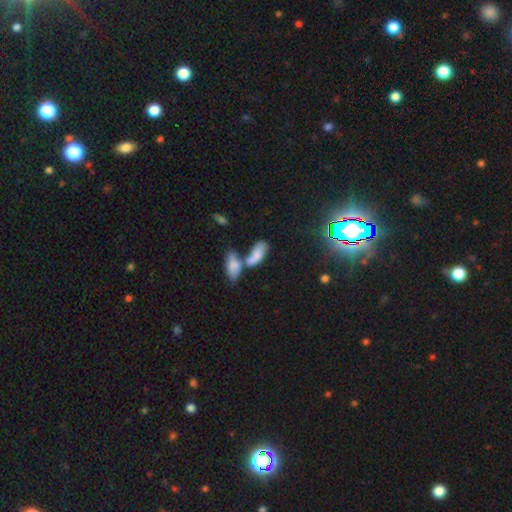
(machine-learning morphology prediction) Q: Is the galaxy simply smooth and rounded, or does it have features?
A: smooth — 74%.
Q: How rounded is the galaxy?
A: in between — 83%.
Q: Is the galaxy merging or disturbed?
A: merger — 60%.